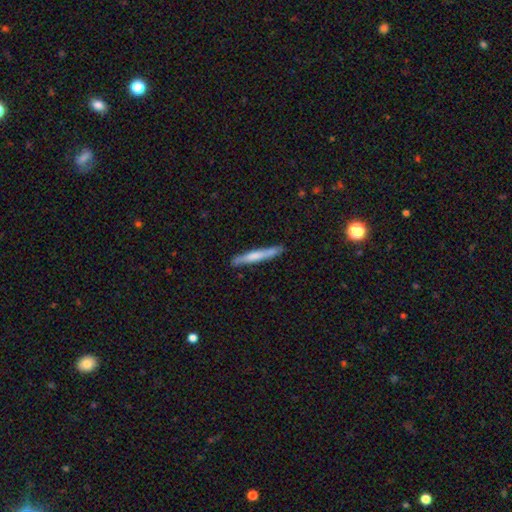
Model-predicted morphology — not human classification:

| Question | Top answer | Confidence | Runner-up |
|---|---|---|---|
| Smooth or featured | smooth | 59% | featured or disk (35%) |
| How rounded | cigar-shaped | 95% | in between (3%) |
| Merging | none | 86% | minor disturbance (11%) |